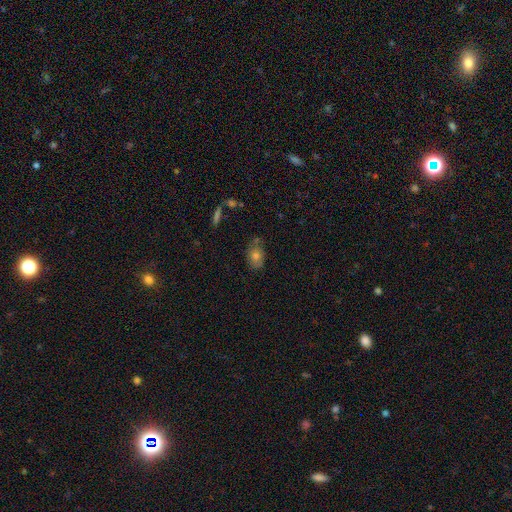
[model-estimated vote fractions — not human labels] A smooth galaxy with no disk features (59%) that is in between round and cigar-shaped (75%). Merging: none (69%).